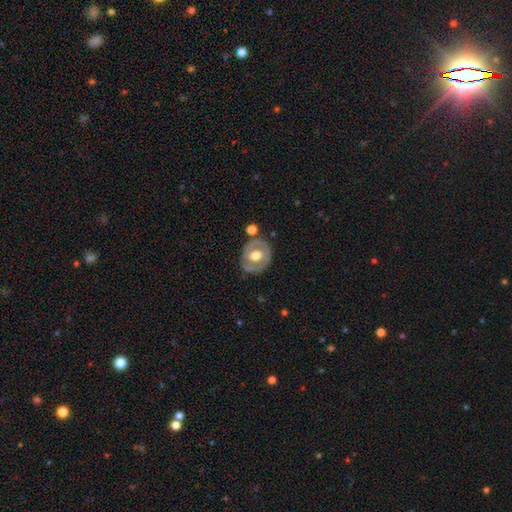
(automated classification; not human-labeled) Overall: featured or disk (59%; smooth 36%). Edge-on disk: no (95%). Bar: no (64%; weak 27%). Spiral arms: no (65%; yes 35%). Bulge size: moderate (67%). Merging: none (75%).